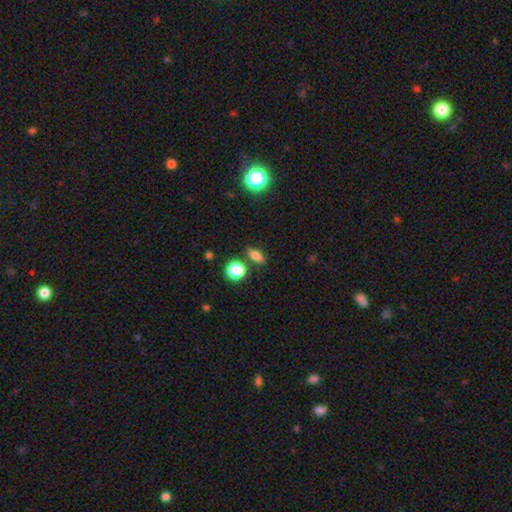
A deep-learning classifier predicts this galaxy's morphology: smooth-or-featured: smooth: 72% | star or artifact: 15% | featured or disk: 13%
  how-rounded: in between: 59% | round: 22% | cigar-shaped: 19%
  merging: none: 78% | minor disturbance: 12% | merger: 6% | major disturbance: 4%